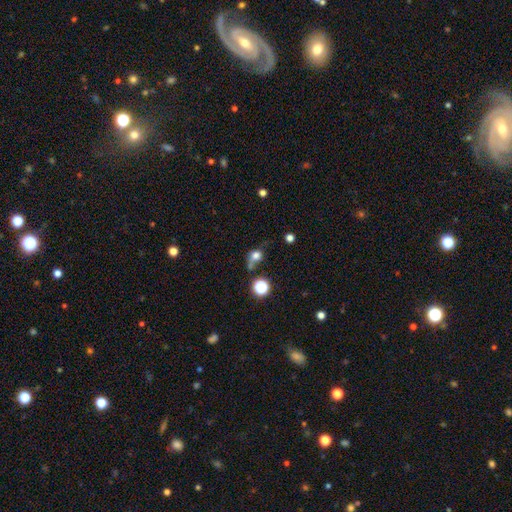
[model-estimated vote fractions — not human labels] Smooth or featured? smooth (68%)
How rounded? round (69%)
Merging? none (42%)